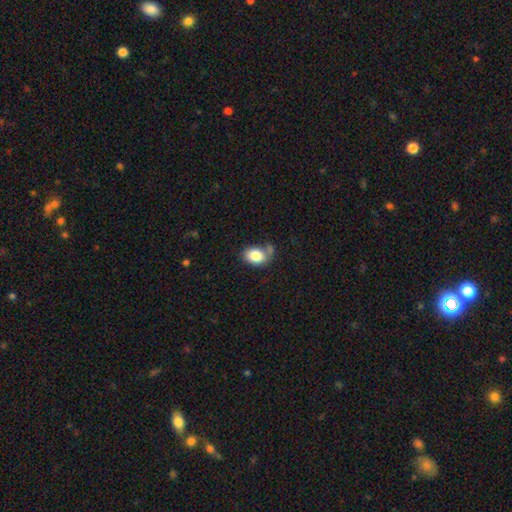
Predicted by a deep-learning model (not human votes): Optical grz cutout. It shows a smooth galaxy with no disk features (83%) that is in between round and cigar-shaped (72%). Merging: none (55%).